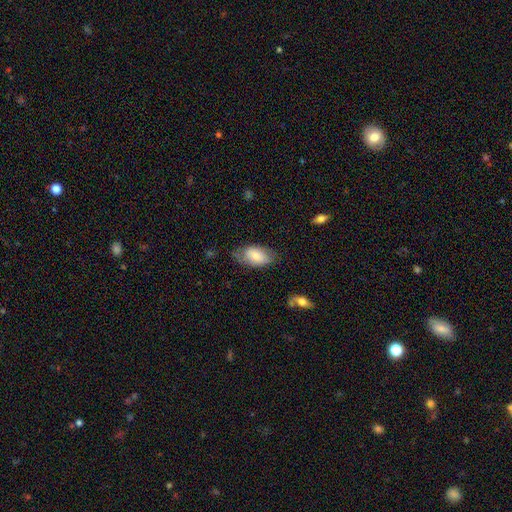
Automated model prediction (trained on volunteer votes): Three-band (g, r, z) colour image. It shows a smooth galaxy with no disk features (71%) that is in between round and cigar-shaped (92%). Merging: none (62%).